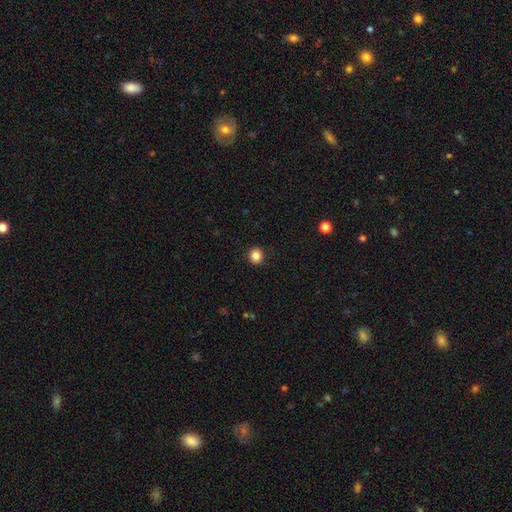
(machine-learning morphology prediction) smooth-or-featured: smooth: 86% | star or artifact: 11% | featured or disk: 4%
  how-rounded: round: 90% | in between: 9% | cigar-shaped: 1%
  merging: none: 92% | minor disturbance: 5% | major disturbance: 2% | merger: 1%